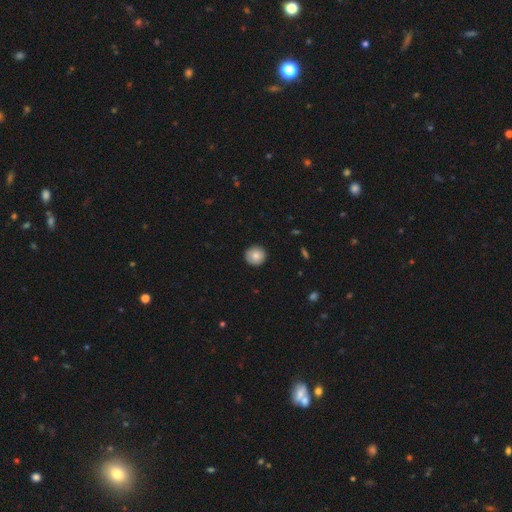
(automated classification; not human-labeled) Q: Smooth or featured?
A: smooth (82%); runner-up: featured or disk (10%)
Q: How rounded?
A: round (94%); runner-up: in between (5%)
Q: Merging?
A: none (90%); runner-up: minor disturbance (7%)